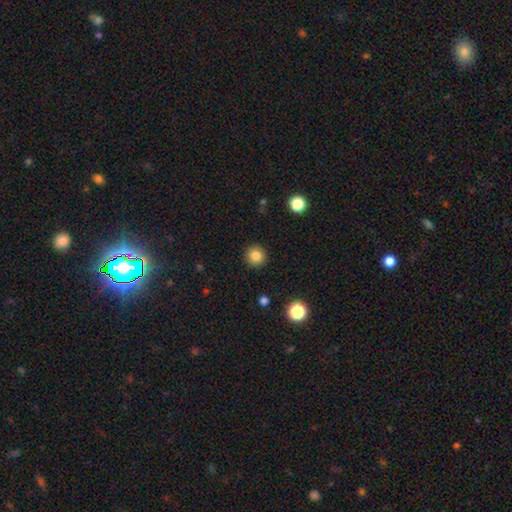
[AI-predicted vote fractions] This is clearly a smooth galaxy (84%). How rounded: clearly round (94%). Merging: clearly none (92%).